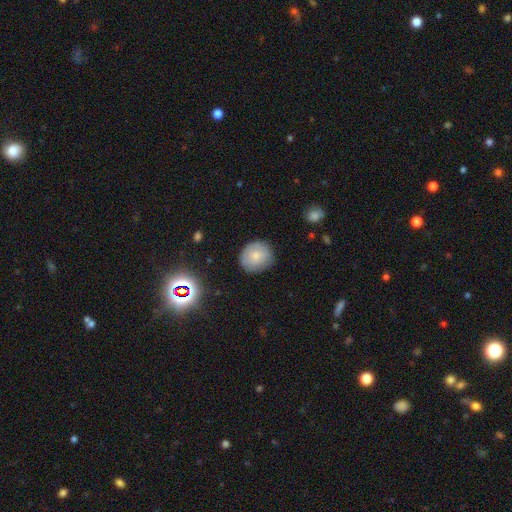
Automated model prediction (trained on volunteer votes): Smooth or featured?
  - smooth: 74% *
  - featured or disk: 17%
  - star or artifact: 9%
How rounded?
  - round: 79% *
  - in between: 20%
  - cigar-shaped: 1%
Merging?
  - none: 81% *
  - minor disturbance: 15%
  - major disturbance: 3%
  - merger: 1%